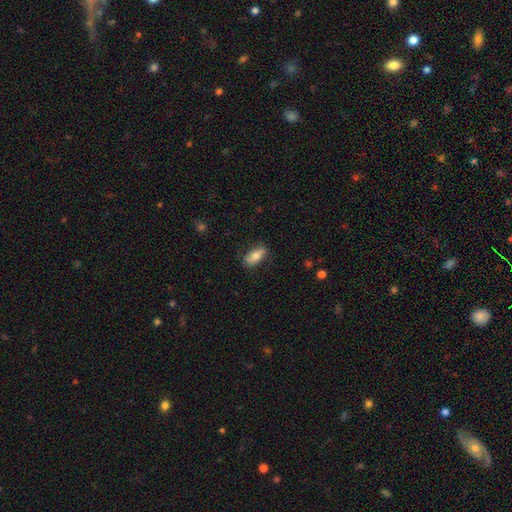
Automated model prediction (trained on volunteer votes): Morphology: type=smooth (72%); roundness=in between (81%); merging=none (79%).